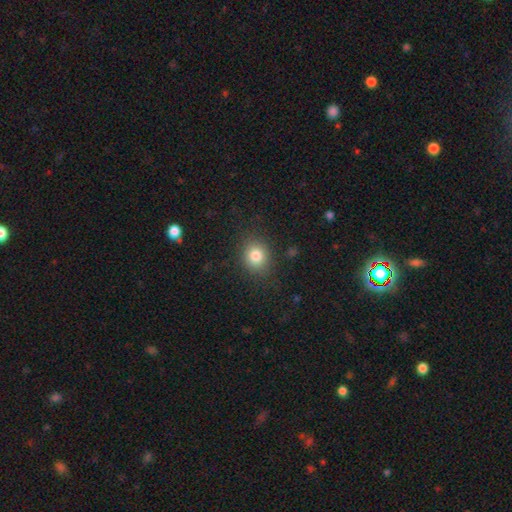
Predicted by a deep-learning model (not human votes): smooth 81%, star or artifact 11%, featured or disk 7%. Down the decision tree: how rounded — round (72%); merging — none (85%).